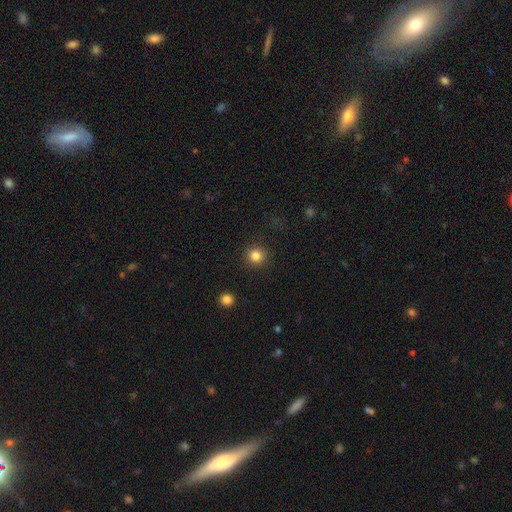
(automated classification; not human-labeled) A smooth galaxy with no disk features (84%) that is round (92%).

Vote fractions:
- Smooth or featured? smooth: 84% / star or artifact: 12% / featured or disk: 4%
- How rounded? round: 92% / in between: 7% / cigar-shaped: 1%
- Merging? none: 90% / minor disturbance: 6% / major disturbance: 3% / merger: 1%